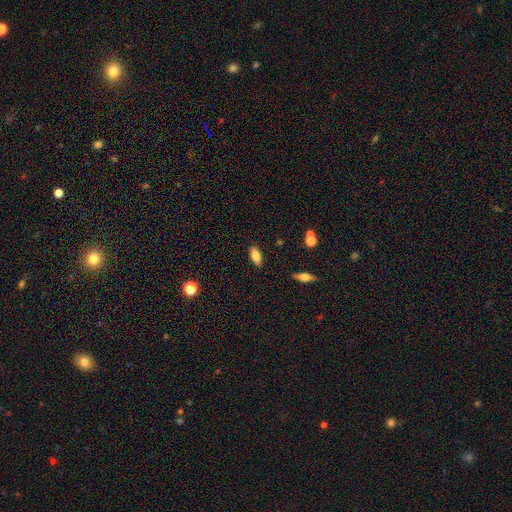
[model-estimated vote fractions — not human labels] smooth_or_featured: smooth (p=0.78) [alt: featured or disk p=0.14]
how_rounded: in between (p=0.84) [alt: cigar-shaped p=0.13]
merging: none (p=0.87) [alt: minor disturbance p=0.10]